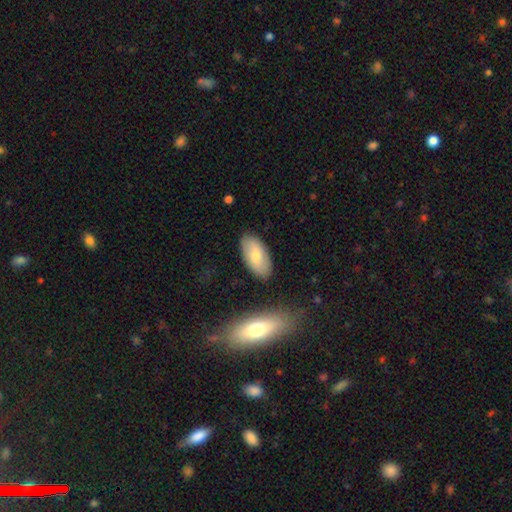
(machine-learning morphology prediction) The model was most divided on "smooth or featured": smooth: 68%, featured or disk: 26%, star or artifact: 6%. More confident: how rounded — in between (94%); merging — none (83%).